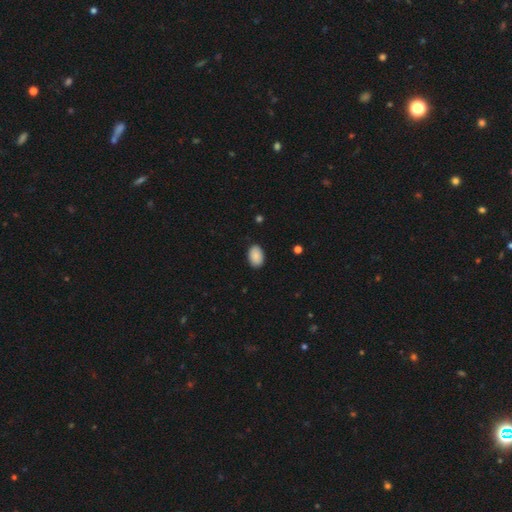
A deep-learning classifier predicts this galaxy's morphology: The model was most divided on "merging": none: 87%, minor disturbance: 10%, major disturbance: 2%, merger: 1%. More confident: how rounded — in between (90%); smooth or featured — smooth (90%).